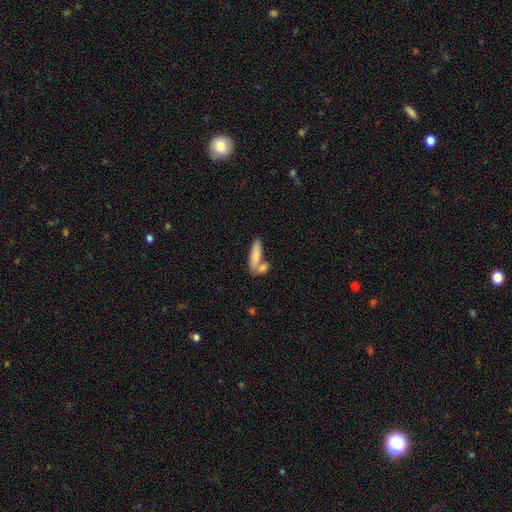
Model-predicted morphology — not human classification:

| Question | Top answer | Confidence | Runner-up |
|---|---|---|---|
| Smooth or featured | smooth | 78% | featured or disk (15%) |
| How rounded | cigar-shaped | 55% | in between (43%) |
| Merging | none | 45% | merger (39%) |